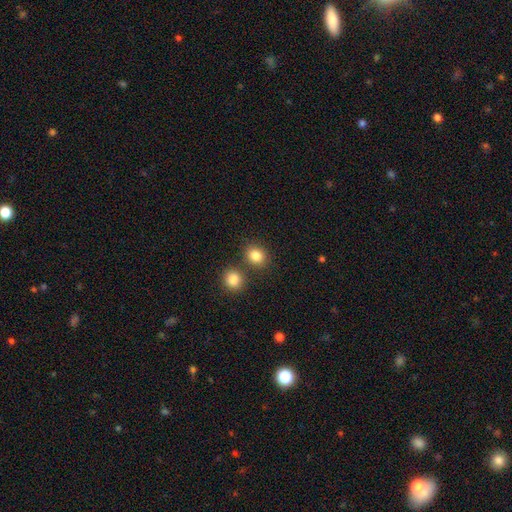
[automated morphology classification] Q: Smooth or featured?
A: smooth (84%); runner-up: star or artifact (11%)
Q: How rounded?
A: round (64%); runner-up: in between (35%)
Q: Merging?
A: none (72%); runner-up: merger (16%)